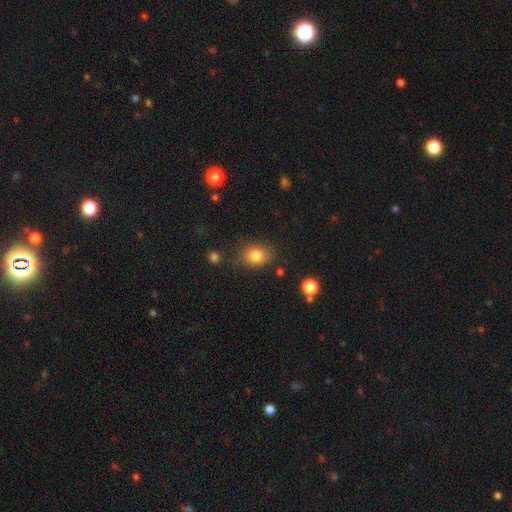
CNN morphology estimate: Q: Smooth or featured?
A: smooth (82%); runner-up: star or artifact (10%)
Q: How rounded?
A: round (52%); runner-up: in between (47%)
Q: Merging?
A: none (76%); runner-up: minor disturbance (16%)